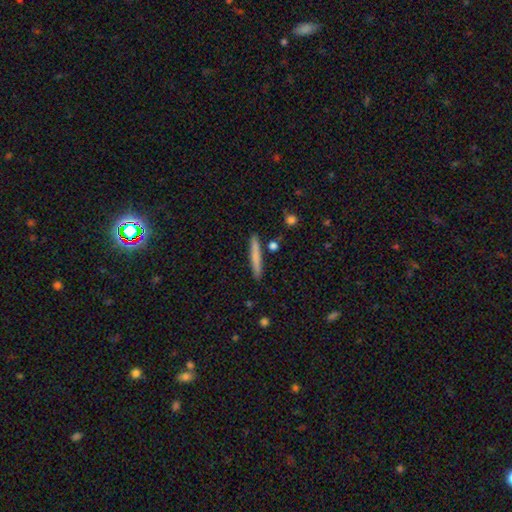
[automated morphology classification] smooth-or-featured: smooth: 73% | featured or disk: 21% | star or artifact: 6%
  how-rounded: cigar-shaped: 96% | in between: 3% | round: 1%
  merging: none: 88% | minor disturbance: 8% | merger: 3% | major disturbance: 2%